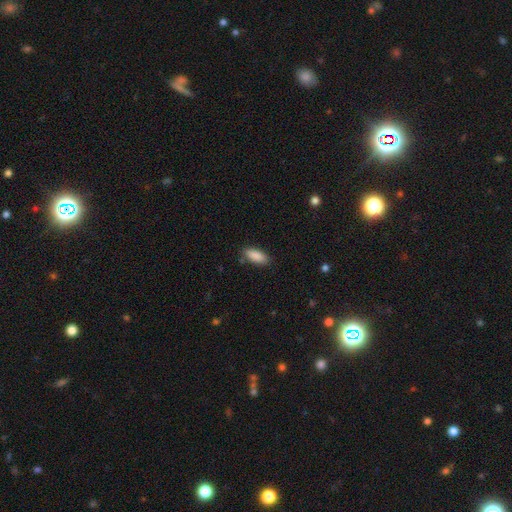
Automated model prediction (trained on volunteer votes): smooth_or_featured: smooth (p=0.89) [alt: star or artifact p=0.06]
how_rounded: in between (p=0.82) [alt: cigar-shaped p=0.17]
merging: none (p=0.85) [alt: minor disturbance p=0.11]